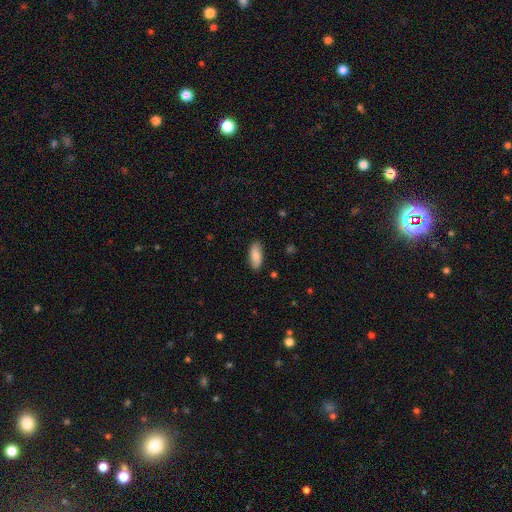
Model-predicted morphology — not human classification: smooth 83%, featured or disk 11%, star or artifact 6%. Down the decision tree: how rounded — in between (84%); merging — none (85%).